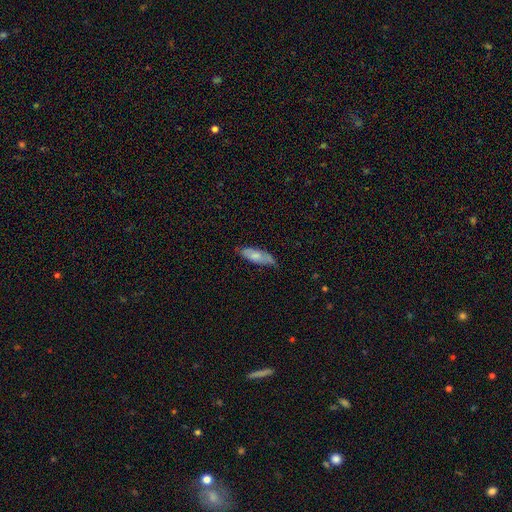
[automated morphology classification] This appears to be a smooth galaxy with no disk features (68%) that is in between round and cigar-shaped (63%). Merging: none (72%).